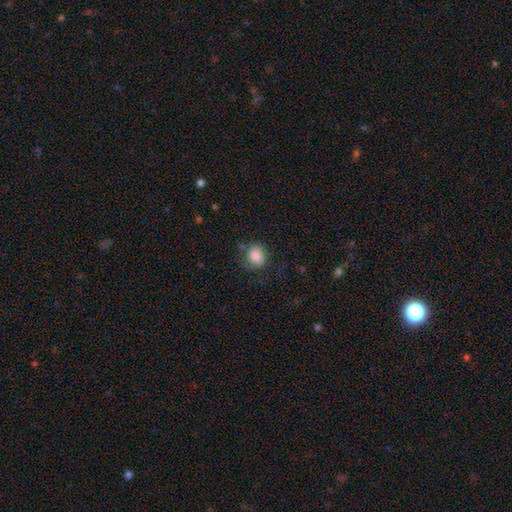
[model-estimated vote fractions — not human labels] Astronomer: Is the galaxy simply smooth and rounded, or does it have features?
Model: smooth — 84%.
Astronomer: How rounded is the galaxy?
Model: round — 59% (runner-up: in between, 40%).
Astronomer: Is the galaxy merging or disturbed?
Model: none — 64%.